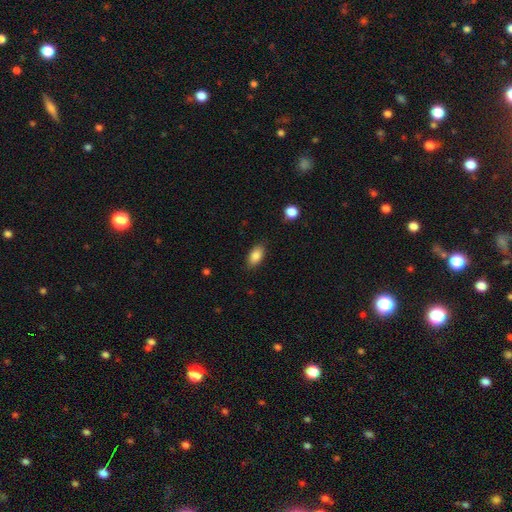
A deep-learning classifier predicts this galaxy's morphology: Smooth or featured? smooth (87%)
How rounded? in between (91%)
Merging? none (84%)